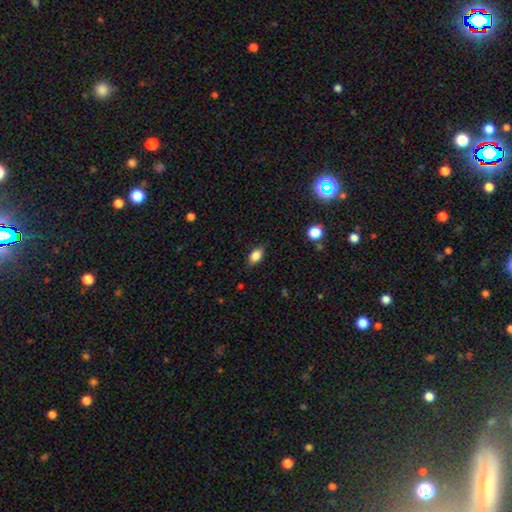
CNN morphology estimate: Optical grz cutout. It shows a smooth galaxy with no disk features (84%) that is in between round and cigar-shaped (87%). Merging: none (83%).